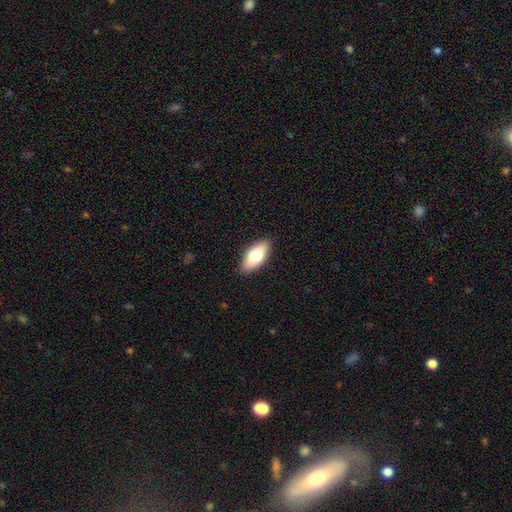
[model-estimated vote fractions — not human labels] Smooth or featured? smooth (74%)
How rounded? in between (88%)
Merging? none (88%)